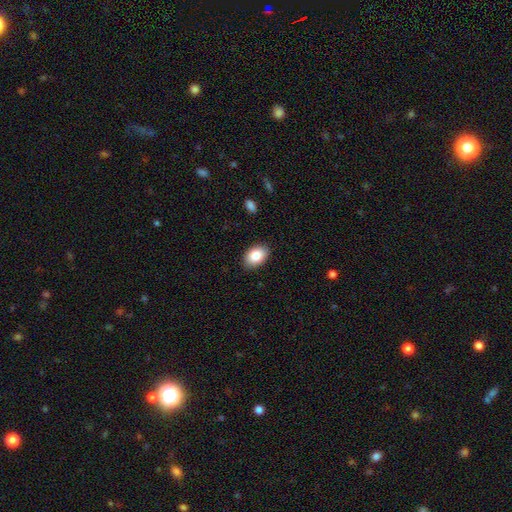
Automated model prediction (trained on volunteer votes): Smooth or featured? Predicted: smooth (p=0.85). How rounded? Predicted: in between (p=0.86). Merging? Predicted: none (p=0.87).